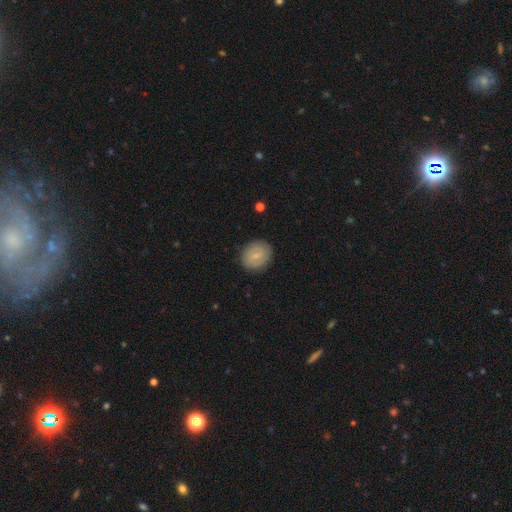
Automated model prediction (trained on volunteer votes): This is likely a smooth galaxy (71%). How rounded: likely round (66%). Merging: clearly none (87%).